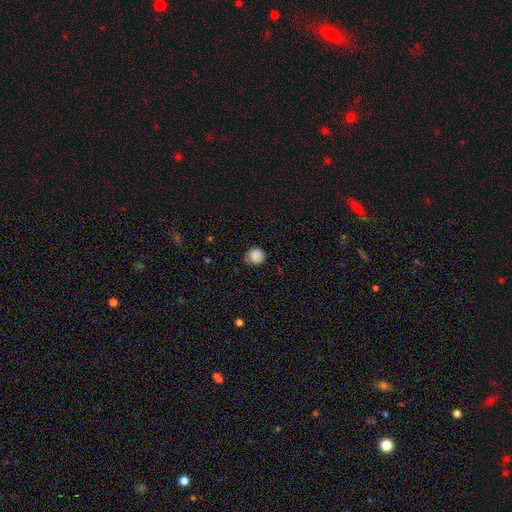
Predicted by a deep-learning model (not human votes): smooth 86%, star or artifact 9%, featured or disk 5%. Down the decision tree: how rounded — round (91%); merging — none (72%).